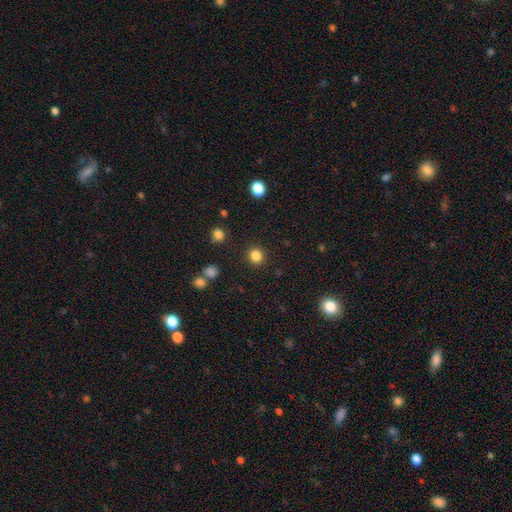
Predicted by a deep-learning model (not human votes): Overall: smooth (84%). How rounded: round (87%). Merging: none (90%).